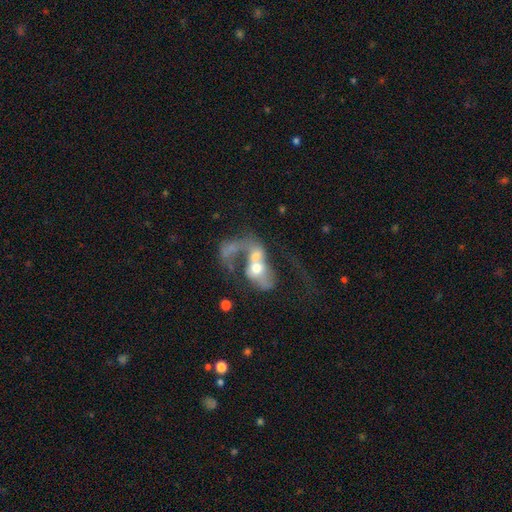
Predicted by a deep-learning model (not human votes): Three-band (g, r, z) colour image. It shows a featured or disk galaxy (60%) with no bar (73%), no spiral arms (50%, tied with yes) and a moderate central bulge (60%). Merging: merger (67%).